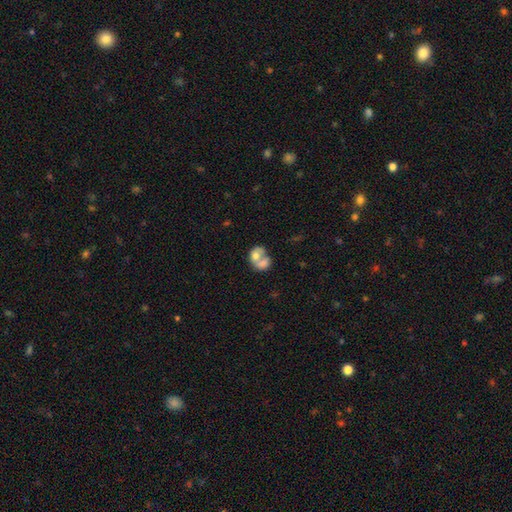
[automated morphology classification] smooth-or-featured: smooth: 60% | featured or disk: 33% | star or artifact: 7%
  how-rounded: in between: 54% | round: 45% | cigar-shaped: 1%
  merging: merger: 74% | none: 14% | minor disturbance: 6% | major disturbance: 6%